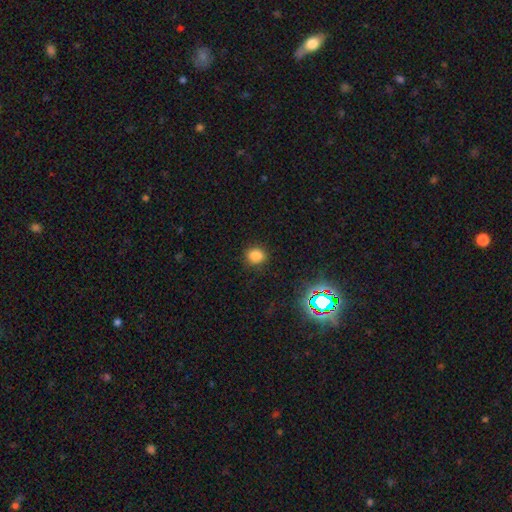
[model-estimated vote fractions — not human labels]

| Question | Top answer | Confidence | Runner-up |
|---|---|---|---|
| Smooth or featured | smooth | 81% | star or artifact (15%) |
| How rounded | round | 69% | in between (30%) |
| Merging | none | 86% | minor disturbance (10%) |